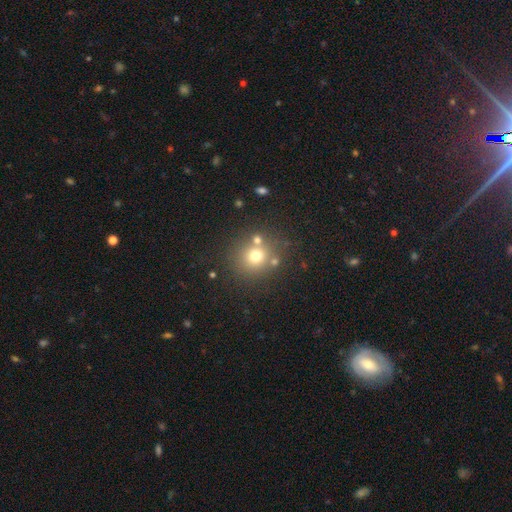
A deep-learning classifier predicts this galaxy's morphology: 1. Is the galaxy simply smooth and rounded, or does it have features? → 69% smooth, 18% star or artifact, 13% featured or disk.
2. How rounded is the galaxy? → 89% round, 10% in between, 1% cigar-shaped.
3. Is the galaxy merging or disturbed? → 72% none, 14% merger, 9% minor disturbance, 4% major disturbance.